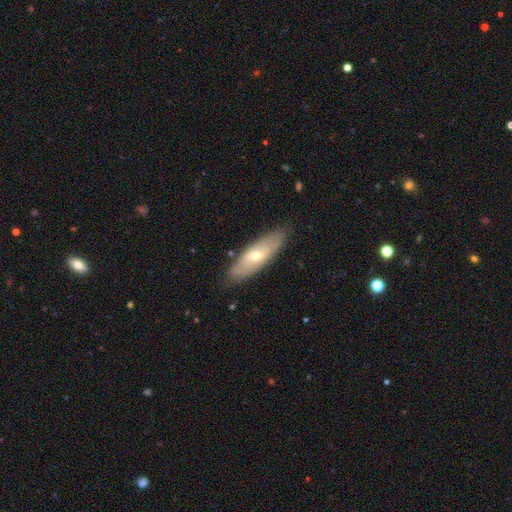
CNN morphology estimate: smooth_or_featured: smooth (p=0.47) [alt: featured or disk p=0.46]
merging: none (p=0.84) [alt: minor disturbance p=0.12]